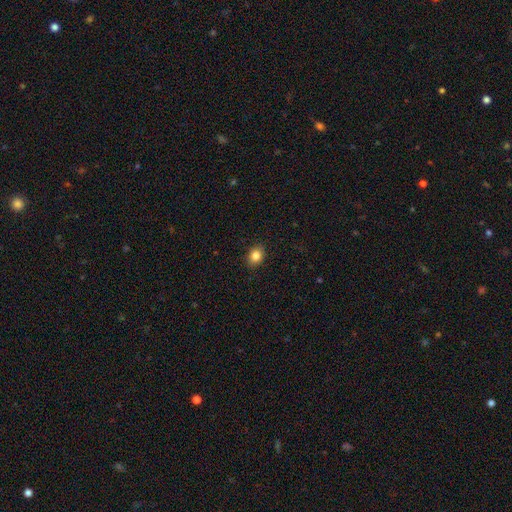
This is clearly a smooth galaxy (89%). How rounded: likely in between (76%). Merging: clearly none (89%).